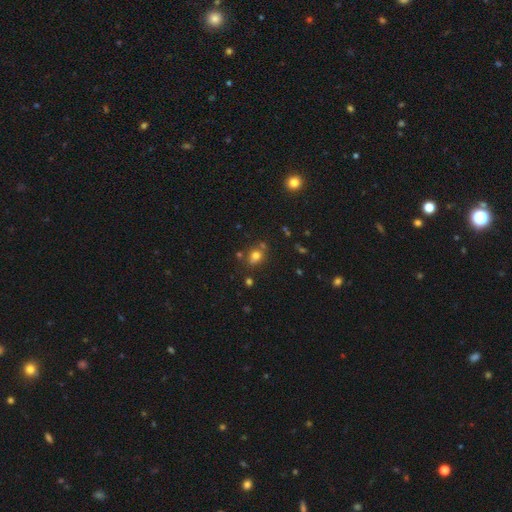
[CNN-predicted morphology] type=smooth (72%); roundness=round (54%); merging=none (66%).